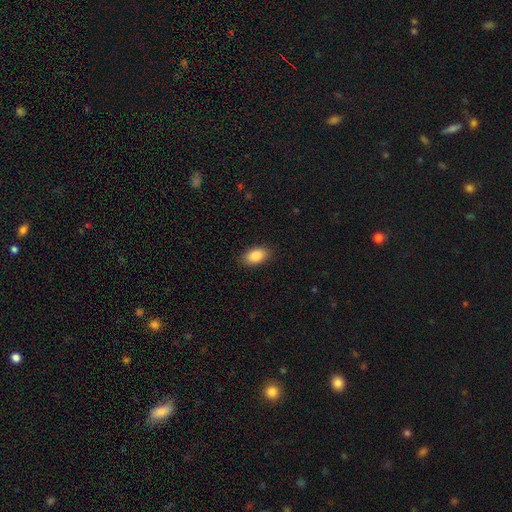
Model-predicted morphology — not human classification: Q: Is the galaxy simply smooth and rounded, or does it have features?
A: smooth — 87%.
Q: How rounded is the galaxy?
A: in between — 92%.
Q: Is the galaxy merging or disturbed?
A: none — 88%.